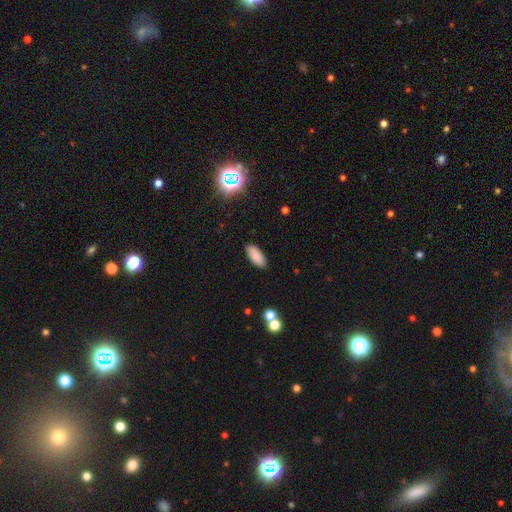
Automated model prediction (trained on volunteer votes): This appears to be a smooth galaxy with no disk features (87%) that is in between round and cigar-shaped (85%). Merging: none (89%).